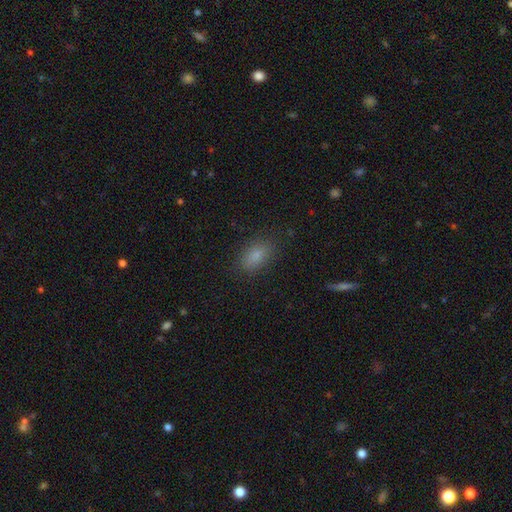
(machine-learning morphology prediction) Smooth or featured: smooth — 81% (star or artifact — 11%)
How rounded: in between — 86% (round — 9%)
Merging: none — 82% (minor disturbance — 13%)